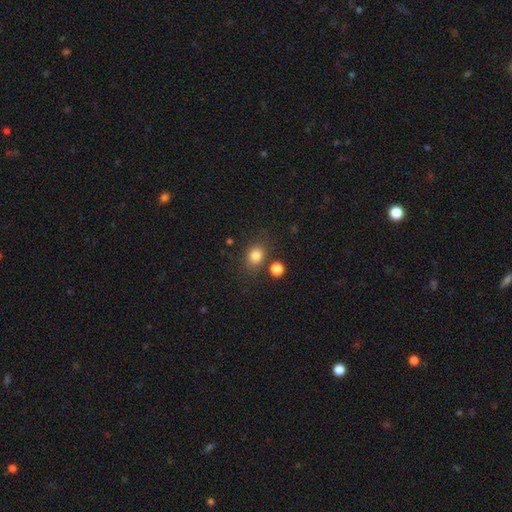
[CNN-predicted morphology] The model was most divided on "how rounded": round: 57%, in between: 42%, cigar-shaped: 1%. More confident: smooth or featured — smooth (82%); merging — none (75%).